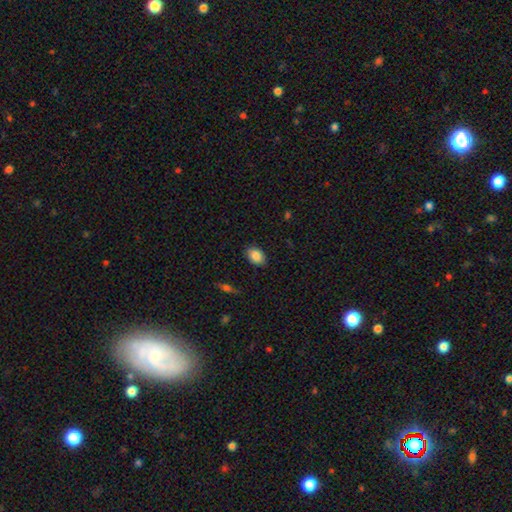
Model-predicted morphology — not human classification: smooth 87%, star or artifact 8%, featured or disk 6%. Down the decision tree: how rounded — in between (84%); merging — none (87%).